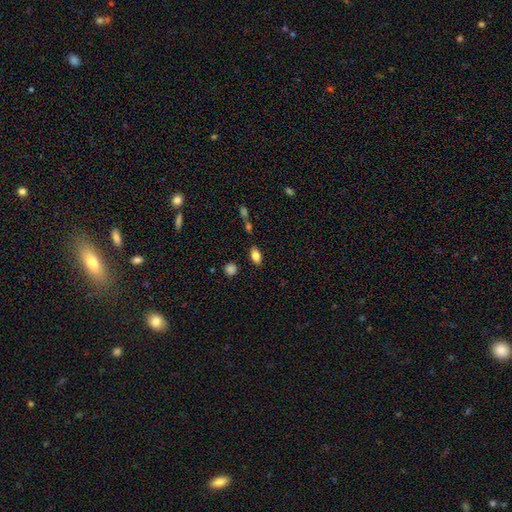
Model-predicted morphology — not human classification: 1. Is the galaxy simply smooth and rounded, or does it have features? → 81% smooth, 10% featured or disk, 9% star or artifact.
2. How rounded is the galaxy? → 88% in between, 7% round, 6% cigar-shaped.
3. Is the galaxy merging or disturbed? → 82% none, 11% minor disturbance, 4% merger, 3% major disturbance.